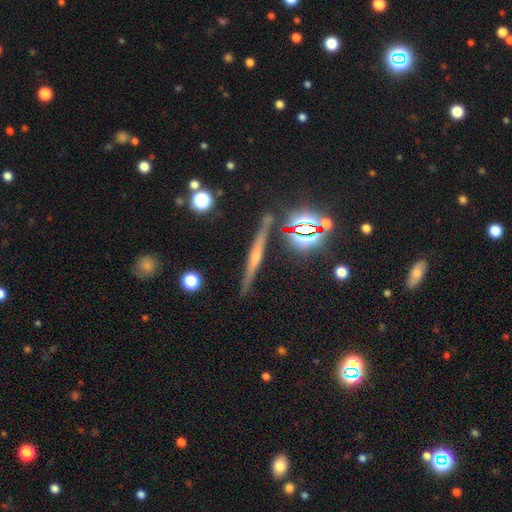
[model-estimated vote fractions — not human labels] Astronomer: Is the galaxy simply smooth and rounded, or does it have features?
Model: featured or disk — 60%.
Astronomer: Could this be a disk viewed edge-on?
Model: yes — 97%.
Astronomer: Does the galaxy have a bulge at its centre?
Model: rounded — 62%.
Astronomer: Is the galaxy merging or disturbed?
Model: none — 88%.